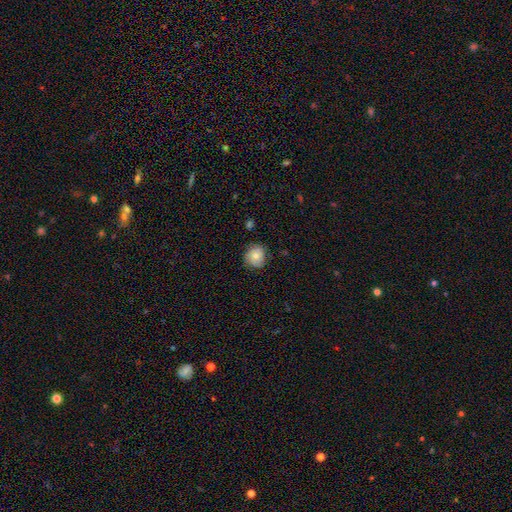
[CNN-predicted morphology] A smooth galaxy with no disk features (71%) that is round (80%).

Vote fractions:
- Smooth or featured? smooth: 71% / featured or disk: 20% / star or artifact: 8%
- How rounded? round: 80% / in between: 19% / cigar-shaped: 1%
- Merging? none: 72% / minor disturbance: 22% / major disturbance: 5% / merger: 1%